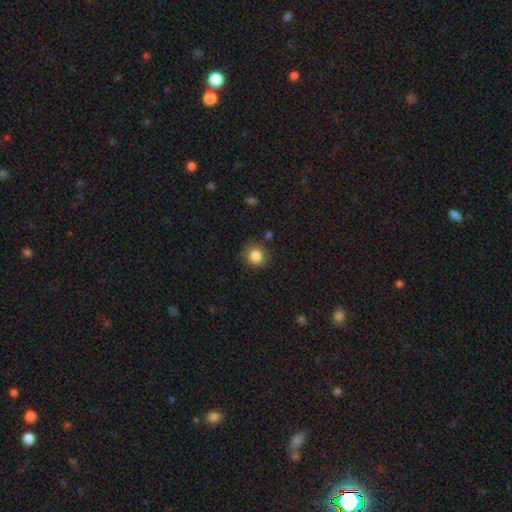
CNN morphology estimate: A smooth galaxy with no disk features (85%) that is round (81%).

Vote fractions:
- Smooth or featured? smooth: 85% / star or artifact: 10% / featured or disk: 5%
- How rounded? round: 81% / in between: 18% / cigar-shaped: 1%
- Merging? none: 83% / minor disturbance: 12% / major disturbance: 3% / merger: 2%